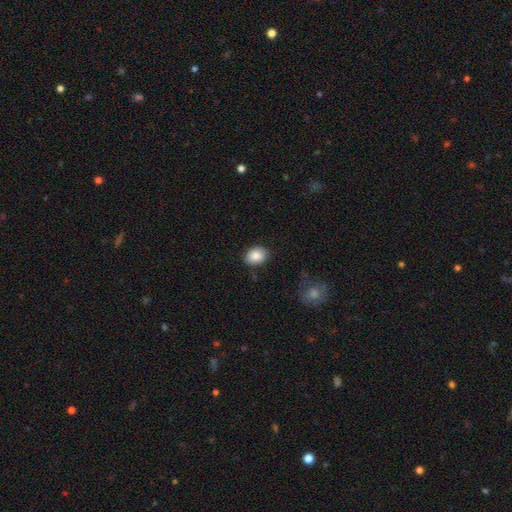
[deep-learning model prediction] This appears to be a smooth galaxy with no disk features (87%) that is in between round and cigar-shaped (65%). Merging: none (85%).